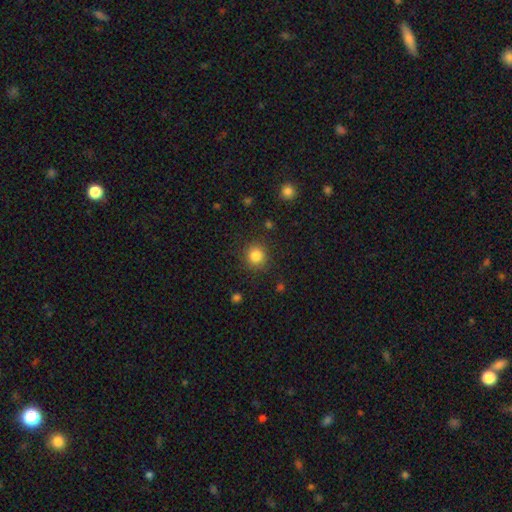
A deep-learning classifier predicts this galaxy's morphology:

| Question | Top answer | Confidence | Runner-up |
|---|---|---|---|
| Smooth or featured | smooth | 83% | star or artifact (11%) |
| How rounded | round | 92% | in between (7%) |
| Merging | none | 88% | minor disturbance (8%) |